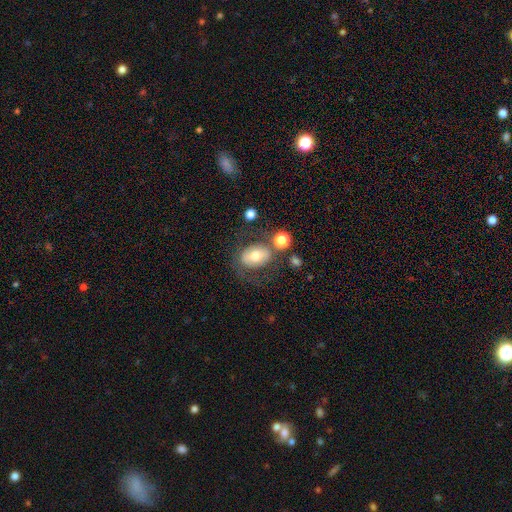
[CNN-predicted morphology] Smooth or featured? smooth (57%)
How rounded? in between (72%)
Merging? none (60%)